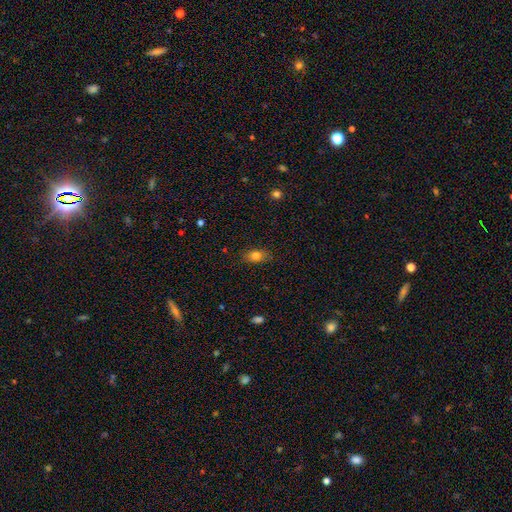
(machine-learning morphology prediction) This is clearly a smooth galaxy (81%). How rounded: likely in between (79%). Merging: clearly none (82%).